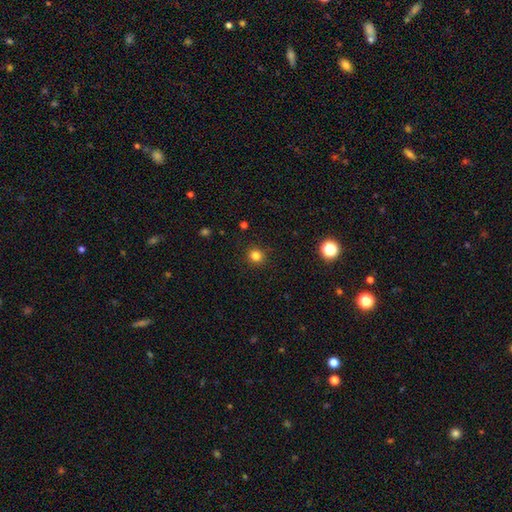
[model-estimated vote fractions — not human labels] Smooth or featured?
  - smooth: 82% *
  - star or artifact: 13%
  - featured or disk: 5%
How rounded?
  - round: 89% *
  - in between: 10%
  - cigar-shaped: 1%
Merging?
  - none: 90% *
  - minor disturbance: 6%
  - major disturbance: 2%
  - merger: 1%